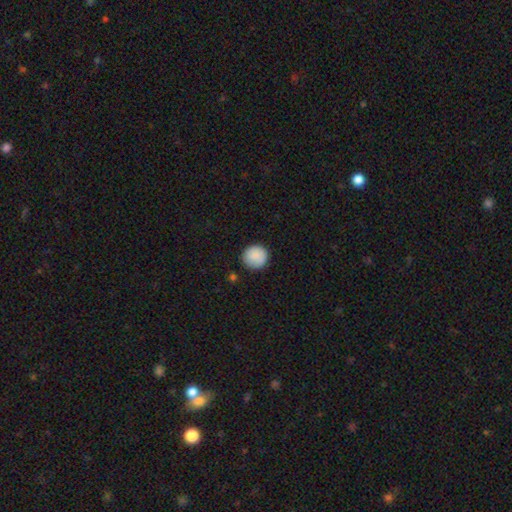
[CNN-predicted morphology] smooth 89%, star or artifact 7%, featured or disk 3%. Down the decision tree: how rounded — round (94%); merging — none (88%).